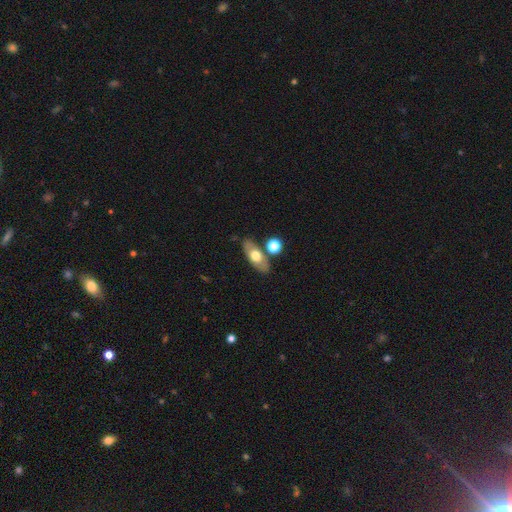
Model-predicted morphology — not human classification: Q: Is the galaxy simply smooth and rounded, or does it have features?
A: smooth — 56%.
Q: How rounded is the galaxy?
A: in between — 75%.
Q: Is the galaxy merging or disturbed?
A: none — 75%.